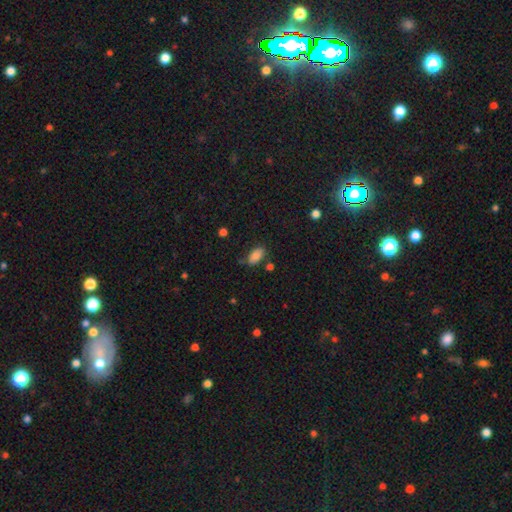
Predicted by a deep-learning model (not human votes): Smooth or featured? Predicted: smooth (p=0.81). How rounded? Predicted: in between (p=0.92). Merging? Predicted: none (p=0.75).